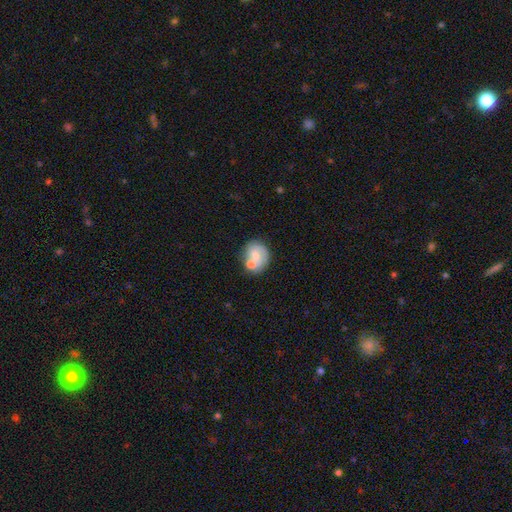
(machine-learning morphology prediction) smooth 52%, featured or disk 41%, star or artifact 7%. Down the decision tree: how rounded — round (62%); merging — none (44%).